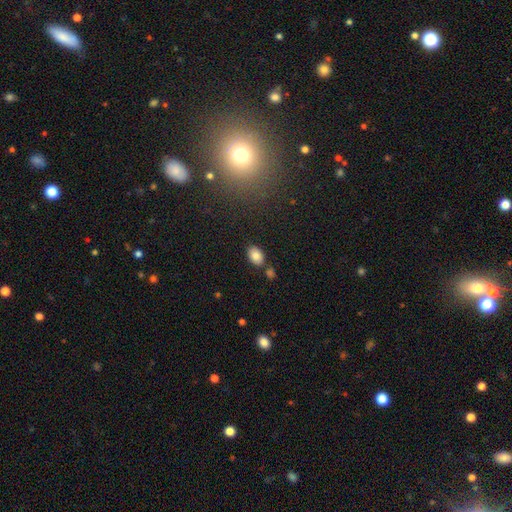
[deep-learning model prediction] smooth-or-featured: smooth: 84% | star or artifact: 8% | featured or disk: 8%
  how-rounded: in between: 86% | round: 13% | cigar-shaped: 1%
  merging: none: 75% | minor disturbance: 11% | merger: 11% | major disturbance: 3%